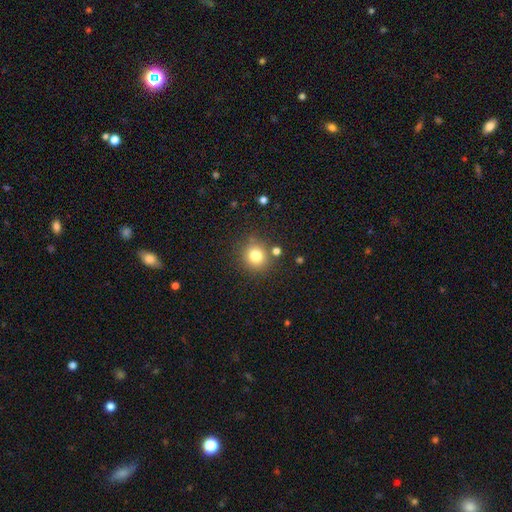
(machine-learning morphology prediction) Smooth or featured: smooth — 80% (star or artifact — 13%)
How rounded: round — 90% (in between — 10%)
Merging: none — 82% (minor disturbance — 9%)